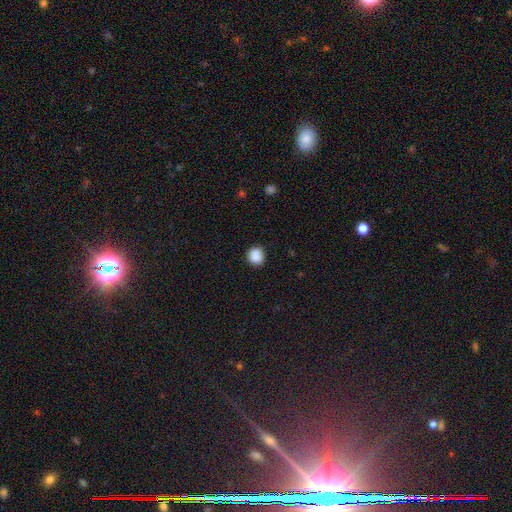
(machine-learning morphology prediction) Smooth or featured? Predicted: smooth (p=0.88). How rounded? Predicted: round (p=0.85). Merging? Predicted: none (p=0.87).